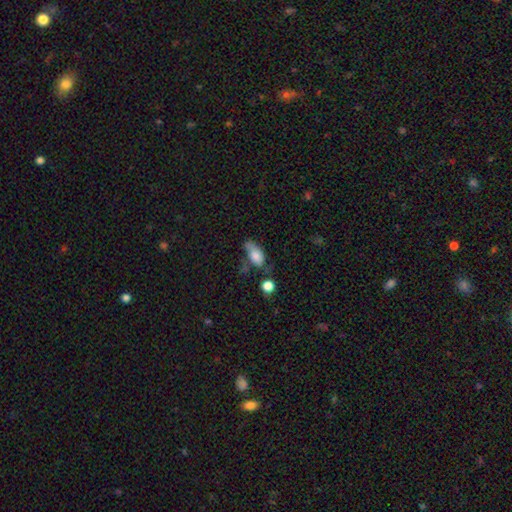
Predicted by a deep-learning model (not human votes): smooth_or_featured: smooth (p=0.70) [alt: featured or disk p=0.20]
how_rounded: in between (p=0.88) [alt: round p=0.07]
merging: none (p=0.33) [alt: minor disturbance p=0.29]